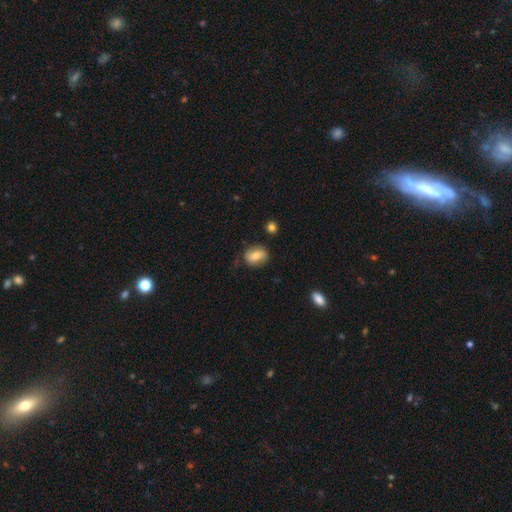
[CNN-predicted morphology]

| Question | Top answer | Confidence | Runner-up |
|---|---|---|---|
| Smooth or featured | smooth | 62% | featured or disk (30%) |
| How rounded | in between | 59% | round (39%) |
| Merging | none | 72% | minor disturbance (20%) |